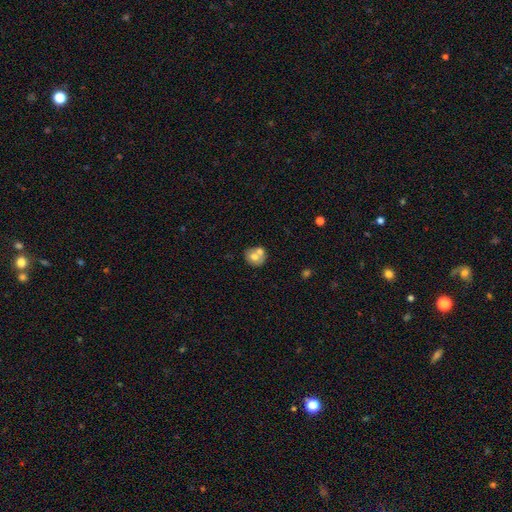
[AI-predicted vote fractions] smooth 66%, featured or disk 26%, star or artifact 8%. Down the decision tree: how rounded — round (77%); merging — none (44%).